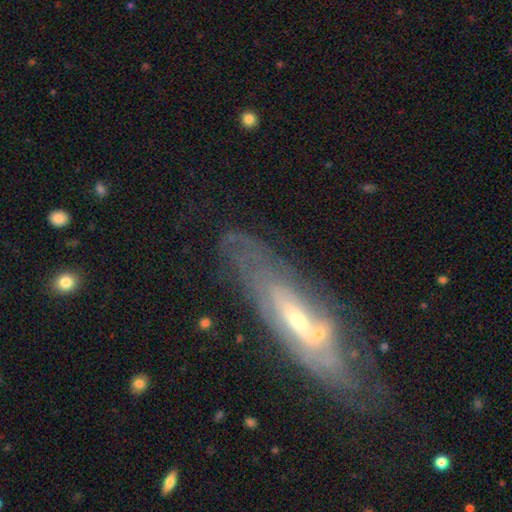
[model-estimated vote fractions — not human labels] This appears to be a featured or disk galaxy (76%). Merging: none (69%).